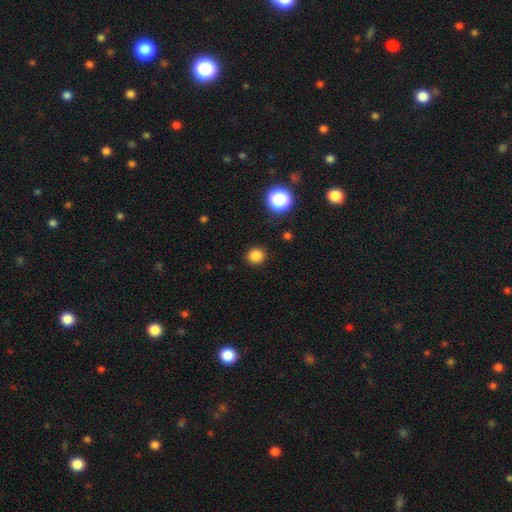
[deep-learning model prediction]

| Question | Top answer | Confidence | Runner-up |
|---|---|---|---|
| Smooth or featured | smooth | 83% | star or artifact (13%) |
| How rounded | round | 84% | in between (15%) |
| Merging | none | 90% | minor disturbance (6%) |